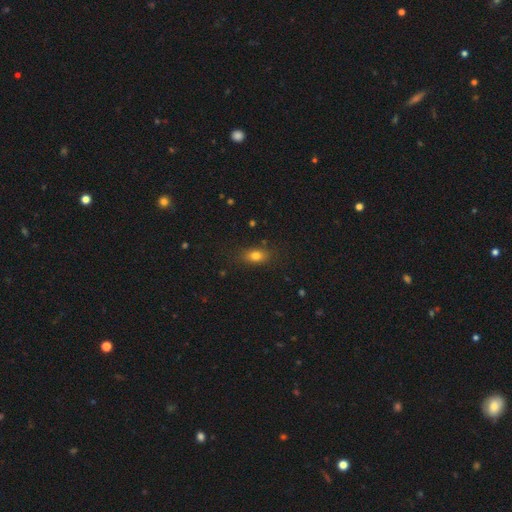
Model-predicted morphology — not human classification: A smooth galaxy with no disk features (78%) that is in between round and cigar-shaped (77%).

Vote fractions:
- Smooth or featured? smooth: 78% / star or artifact: 11% / featured or disk: 10%
- How rounded? in between: 77% / round: 16% / cigar-shaped: 6%
- Merging? none: 81% / minor disturbance: 13% / major disturbance: 4% / merger: 2%